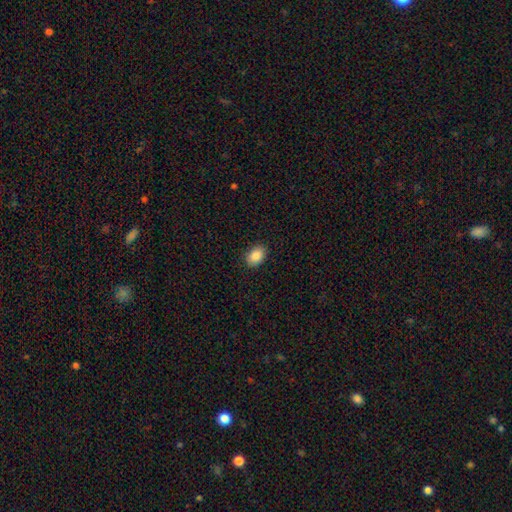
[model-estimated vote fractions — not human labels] Smooth or featured: smooth — 88% (star or artifact — 8%)
How rounded: in between — 82% (round — 17%)
Merging: none — 88% (minor disturbance — 8%)